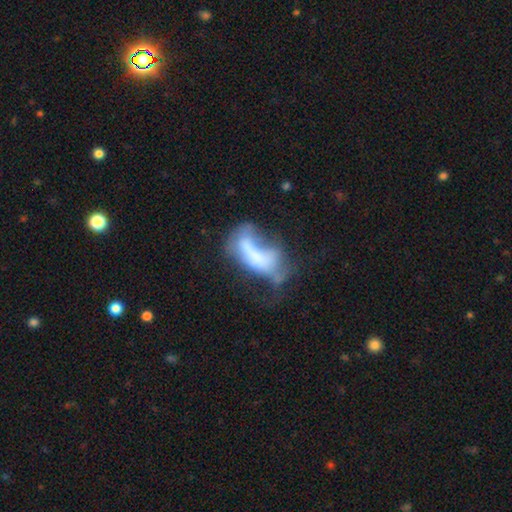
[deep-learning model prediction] A smooth galaxy with no disk features (47%).

Vote fractions:
- Smooth or featured? smooth: 47% / featured or disk: 42% / star or artifact: 11%
- Merging? major disturbance: 40% / merger: 28% / none: 17% / minor disturbance: 15%